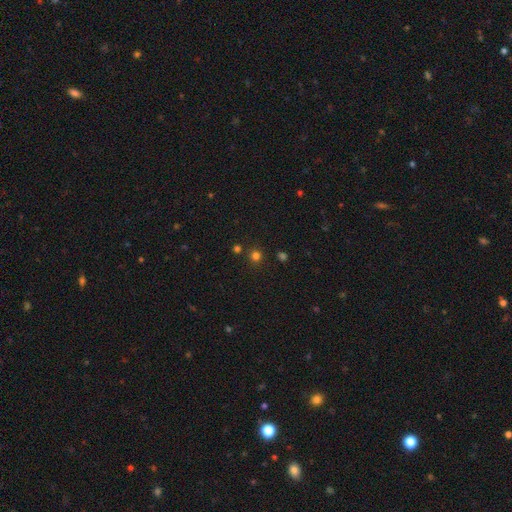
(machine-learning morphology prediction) type=smooth (73%); roundness=round (93%); merging=none (86%).